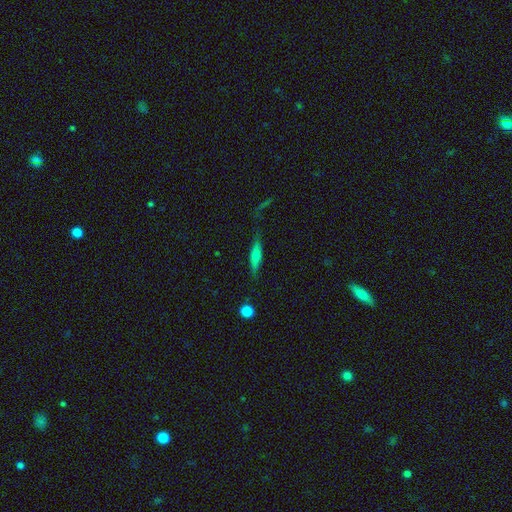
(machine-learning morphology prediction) Q: Smooth or featured?
A: smooth (55%); runner-up: featured or disk (36%)
Q: How rounded?
A: cigar-shaped (72%); runner-up: in between (25%)
Q: Merging?
A: none (71%); runner-up: minor disturbance (19%)